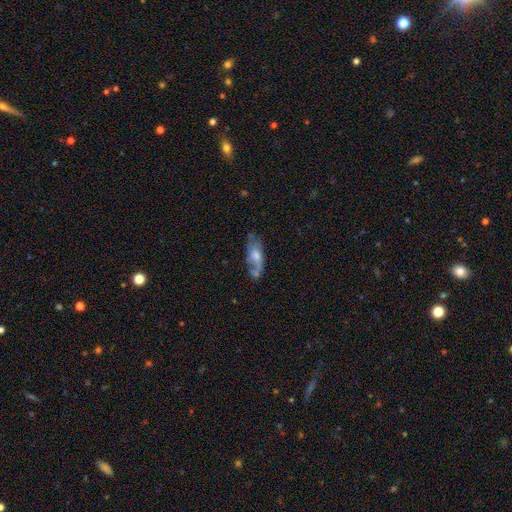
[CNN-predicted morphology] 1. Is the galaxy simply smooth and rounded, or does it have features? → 47% featured or disk, 45% smooth, 7% star or artifact.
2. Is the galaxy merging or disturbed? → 41% none, 26% minor disturbance, 18% major disturbance, 16% merger.